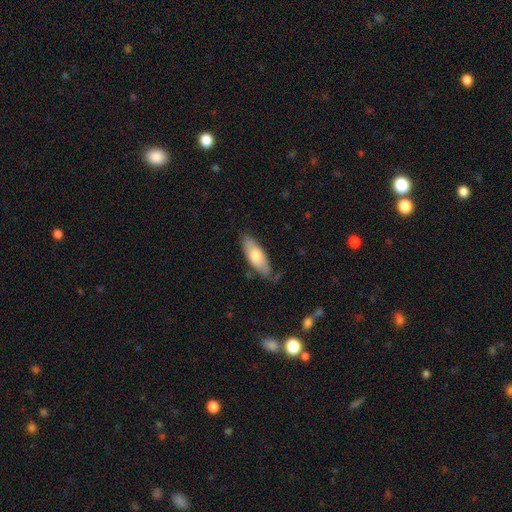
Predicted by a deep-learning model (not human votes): This appears to be a smooth galaxy with no disk features (70%) that is in between round and cigar-shaped (69%). Merging: none (74%).